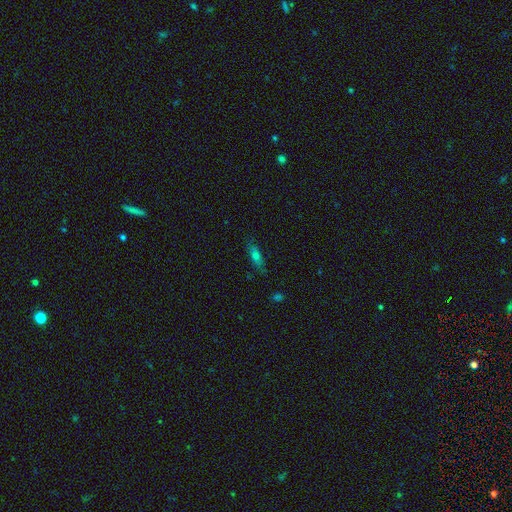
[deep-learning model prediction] Q: Smooth or featured?
A: smooth (60%); runner-up: featured or disk (30%)
Q: How rounded?
A: cigar-shaped (51%); runner-up: in between (45%)
Q: Merging?
A: none (80%); runner-up: minor disturbance (15%)